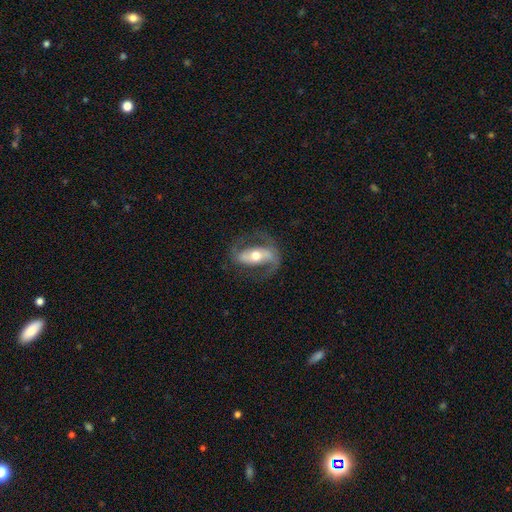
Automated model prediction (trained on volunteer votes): Smooth or featured? featured or disk (79%)
Edge-on disk? no (91%)
Bar? strong (52%)
Spiral arms? yes (86%)
Spiral winding? medium (50%)
Spiral arm count? 2 (87%)
Bulge size? moderate (69%)
Merging? none (72%)